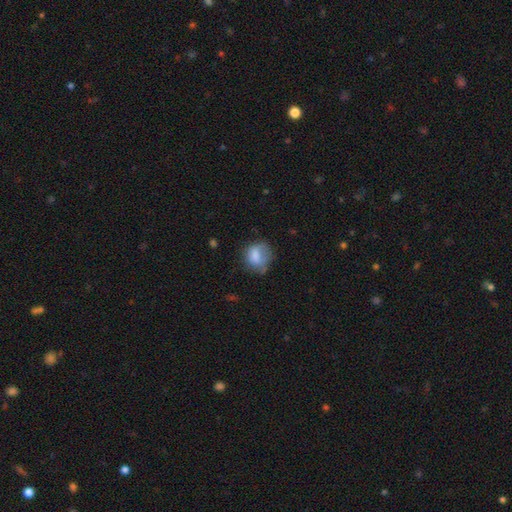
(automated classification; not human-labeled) Smooth or featured? Predicted: smooth (p=0.74). How rounded? Predicted: round (p=0.62). Merging? Predicted: none (p=0.44).